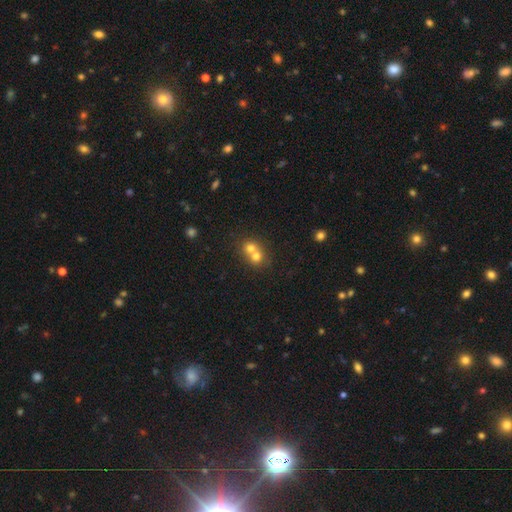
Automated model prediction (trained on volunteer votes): Smooth or featured? Predicted: smooth (p=0.70). How rounded? Predicted: round (p=0.78). Merging? Predicted: merger (p=0.67).